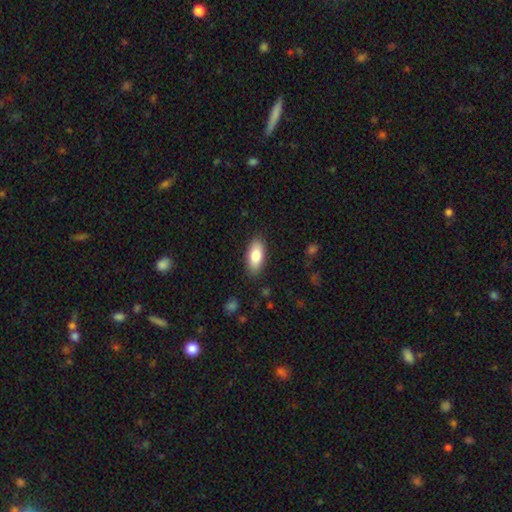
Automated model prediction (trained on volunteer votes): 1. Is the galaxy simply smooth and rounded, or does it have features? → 83% smooth, 11% featured or disk, 6% star or artifact.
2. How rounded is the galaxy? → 86% in between, 11% cigar-shaped, 2% round.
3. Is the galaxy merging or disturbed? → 87% none, 10% minor disturbance, 2% major disturbance, 1% merger.